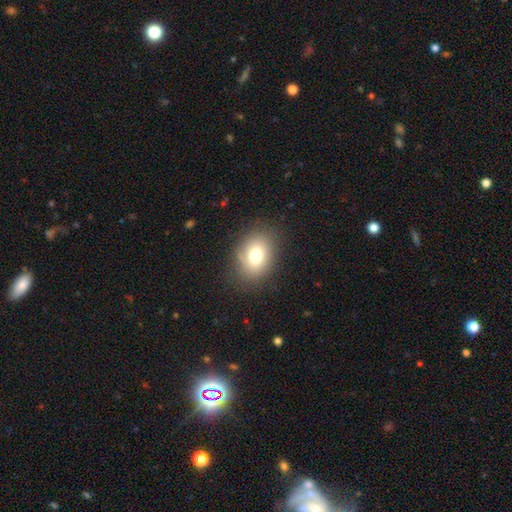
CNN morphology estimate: Smooth or featured?
  - smooth: 74% *
  - featured or disk: 14%
  - star or artifact: 12%
How rounded?
  - in between: 60% *
  - round: 39%
  - cigar-shaped: 1%
Merging?
  - none: 81% *
  - minor disturbance: 13%
  - major disturbance: 5%
  - merger: 1%